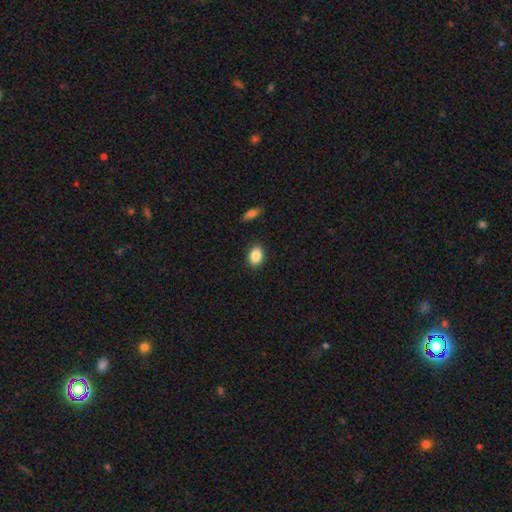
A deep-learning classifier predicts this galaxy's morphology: smooth_or_featured: smooth (p=0.86) [alt: star or artifact p=0.08]
how_rounded: in between (p=0.76) [alt: round p=0.23]
merging: none (p=0.89) [alt: minor disturbance p=0.08]